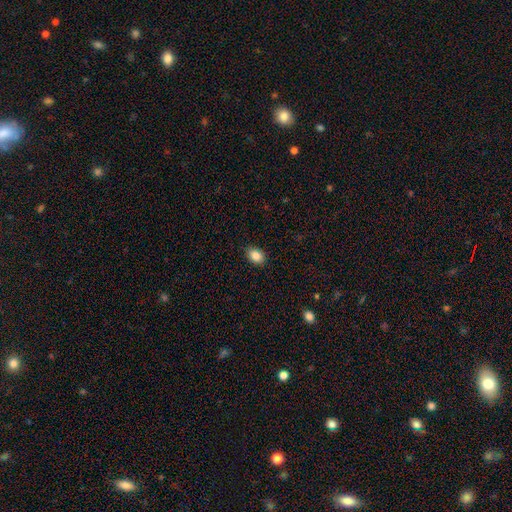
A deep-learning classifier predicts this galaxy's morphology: Q: Smooth or featured?
A: smooth (87%); runner-up: star or artifact (9%)
Q: How rounded?
A: in between (74%); runner-up: round (25%)
Q: Merging?
A: none (89%); runner-up: minor disturbance (8%)